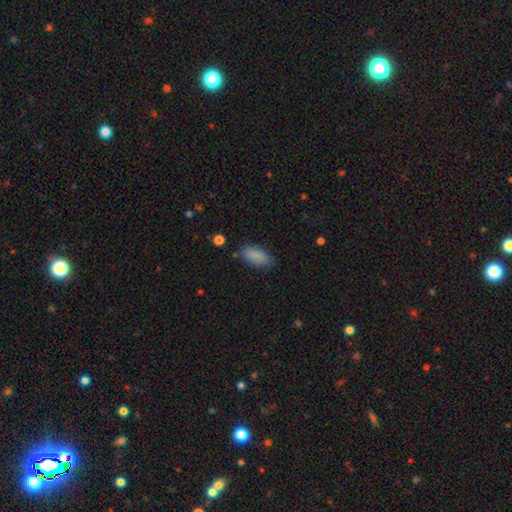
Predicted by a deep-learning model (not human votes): This appears to be a smooth galaxy with no disk features (88%) that is in between round and cigar-shaped (86%). Merging: none (81%).